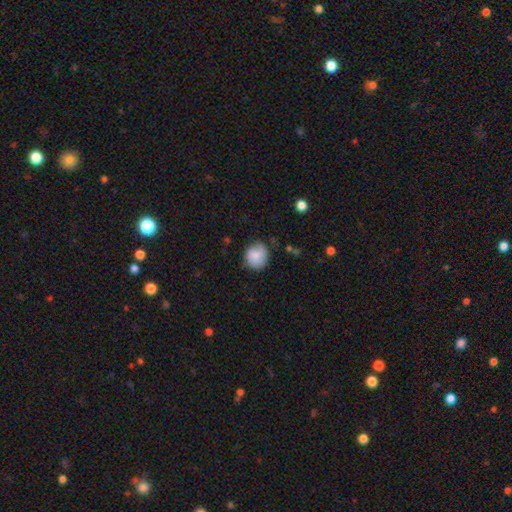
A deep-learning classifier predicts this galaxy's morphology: smooth 80%, featured or disk 13%, star or artifact 7%. Down the decision tree: how rounded — round (80%); merging — none (72%).